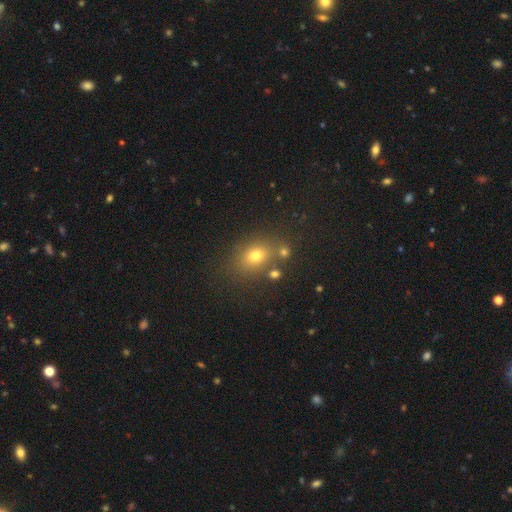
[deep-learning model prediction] Morphology: type=smooth (72%); roundness=in between (59%); merging=none (70%).